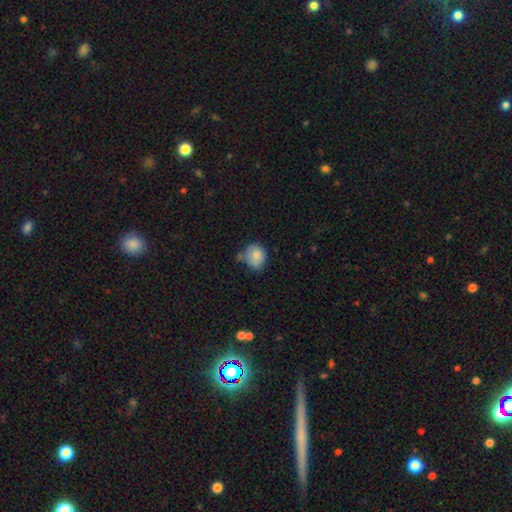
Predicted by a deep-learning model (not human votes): Overall: smooth (76%). How rounded: round (72%). Merging: none (47%; minor disturbance 34%).